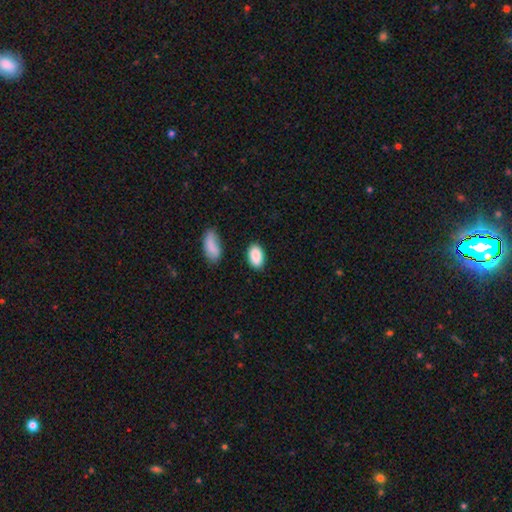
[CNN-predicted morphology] smooth 89%, star or artifact 7%, featured or disk 5%. Down the decision tree: how rounded — in between (93%); merging — none (82%).